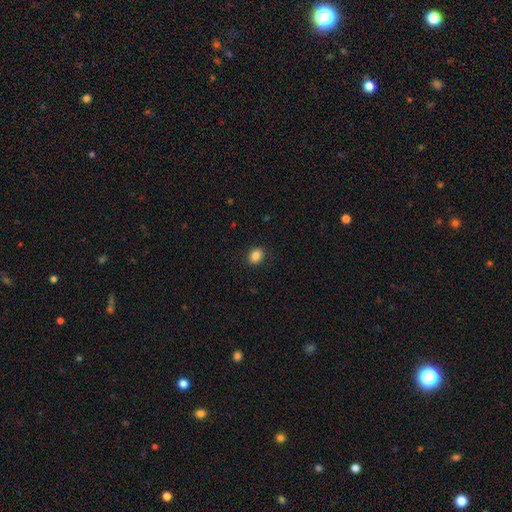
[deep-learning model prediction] Smooth or featured? smooth (86%)
How rounded? round (56%)
Merging? none (90%)